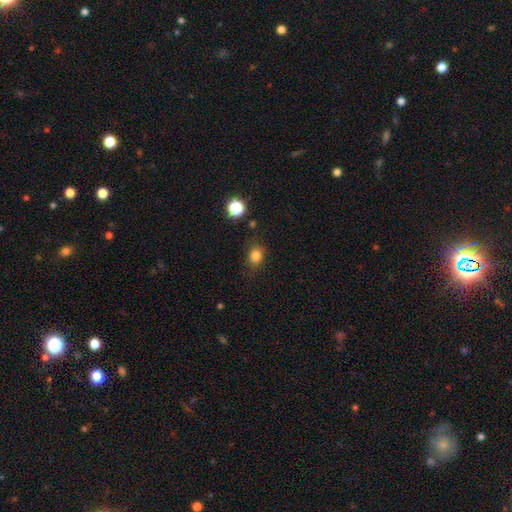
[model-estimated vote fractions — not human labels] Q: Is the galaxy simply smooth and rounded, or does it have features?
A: smooth — 81%.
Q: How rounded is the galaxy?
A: round — 50%.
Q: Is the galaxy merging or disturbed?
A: none — 78%.